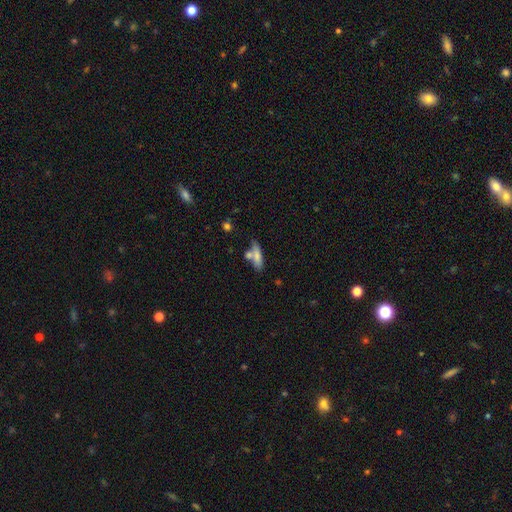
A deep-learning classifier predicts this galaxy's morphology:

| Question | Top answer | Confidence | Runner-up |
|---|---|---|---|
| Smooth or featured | smooth | 70% | featured or disk (23%) |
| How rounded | cigar-shaped | 54% | in between (43%) |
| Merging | none | 50% | merger (26%) |